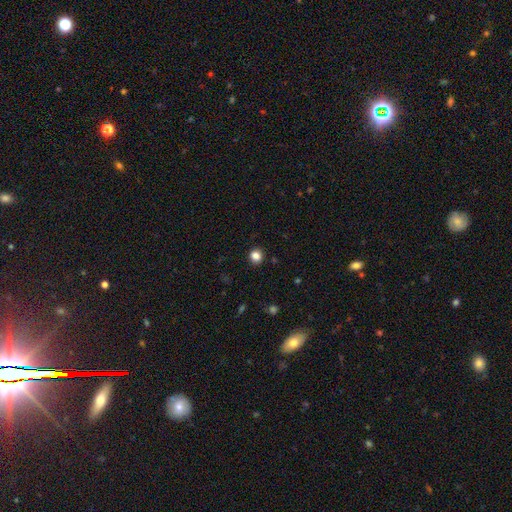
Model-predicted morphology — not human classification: Smooth or featured? Predicted: smooth (p=0.84). How rounded? Predicted: round (p=0.89). Merging? Predicted: none (p=0.92).